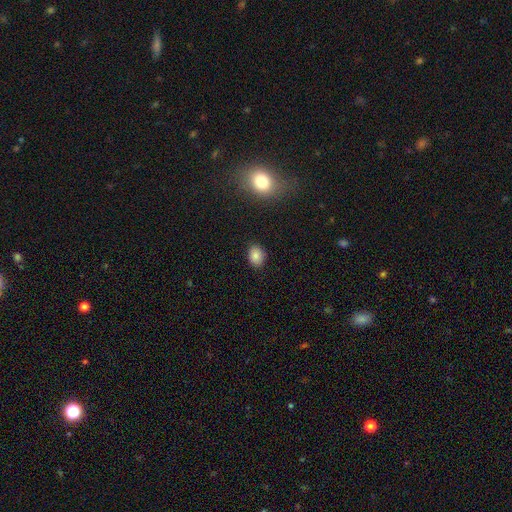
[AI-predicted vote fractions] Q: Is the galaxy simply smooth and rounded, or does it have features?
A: smooth — 84%.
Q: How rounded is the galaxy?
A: in between — 60%.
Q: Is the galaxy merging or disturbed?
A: none — 87%.